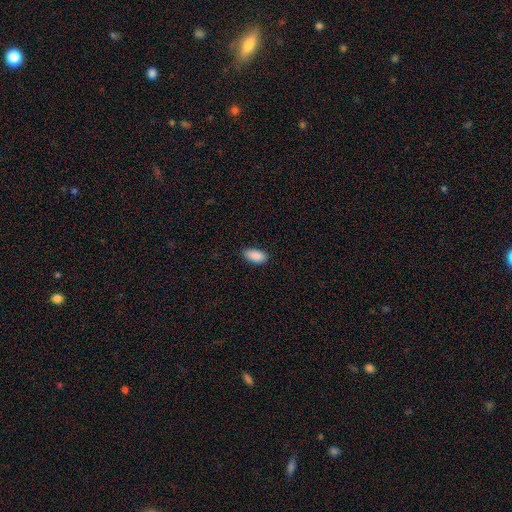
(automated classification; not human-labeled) Morphology: type=smooth (90%); roundness=in between (92%); merging=none (86%).